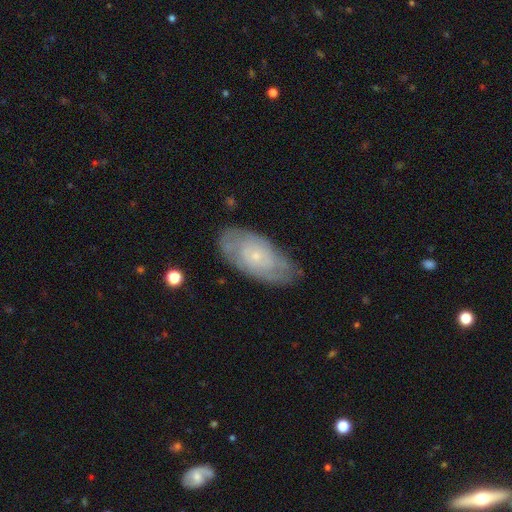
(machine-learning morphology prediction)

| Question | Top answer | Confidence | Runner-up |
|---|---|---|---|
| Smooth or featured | featured or disk | 64% | smooth (29%) |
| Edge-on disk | no | 92% | yes (8%) |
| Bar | no | 83% | weak (15%) |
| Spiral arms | yes | 74% | no (26%) |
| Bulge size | small | 82% | moderate (13%) |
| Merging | none | 73% | minor disturbance (20%) |